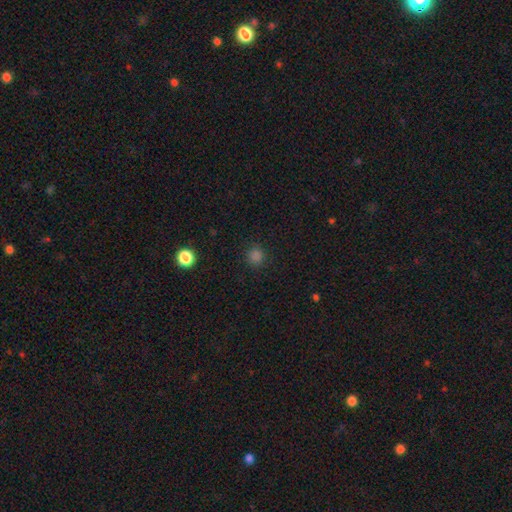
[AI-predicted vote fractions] Smooth or featured: smooth — 79% (star or artifact — 18%)
How rounded: round — 92% (in between — 7%)
Merging: none — 90% (minor disturbance — 6%)